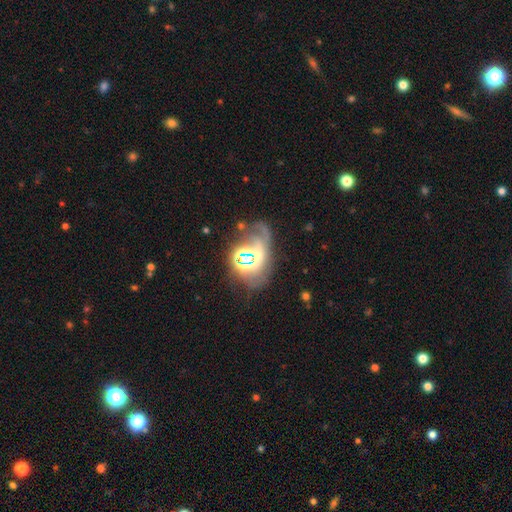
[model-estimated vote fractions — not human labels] The model was most divided on "smooth or featured": star or artifact: 42%, featured or disk: 39%, smooth: 19%.